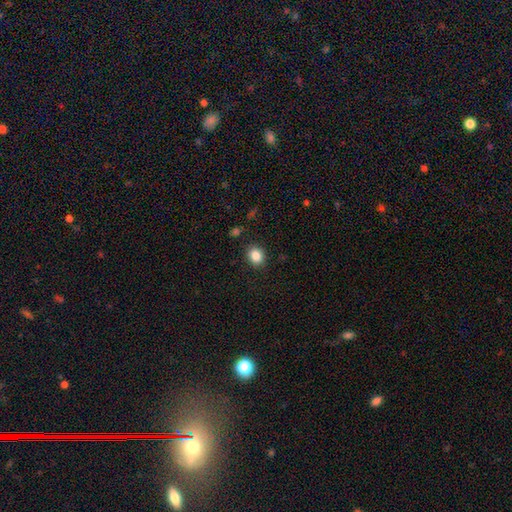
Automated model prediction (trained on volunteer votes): smooth_or_featured: smooth (p=0.86) [alt: star or artifact p=0.10]
how_rounded: round (p=0.61) [alt: in between p=0.39]
merging: none (p=0.88) [alt: minor disturbance p=0.08]